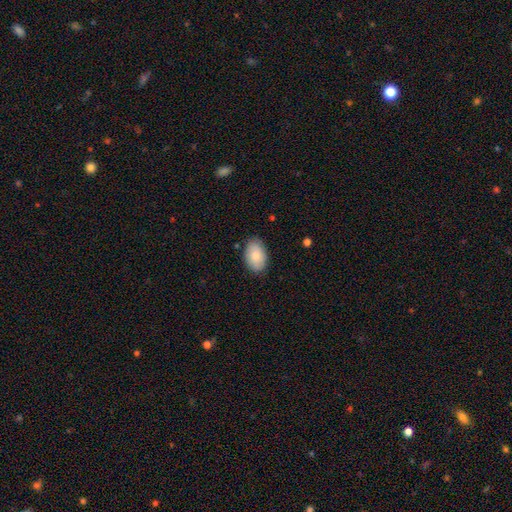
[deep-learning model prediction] smooth_or_featured: smooth (p=0.83) [alt: featured or disk p=0.11]
how_rounded: in between (p=0.90) [alt: round p=0.09]
merging: none (p=0.85) [alt: minor disturbance p=0.12]